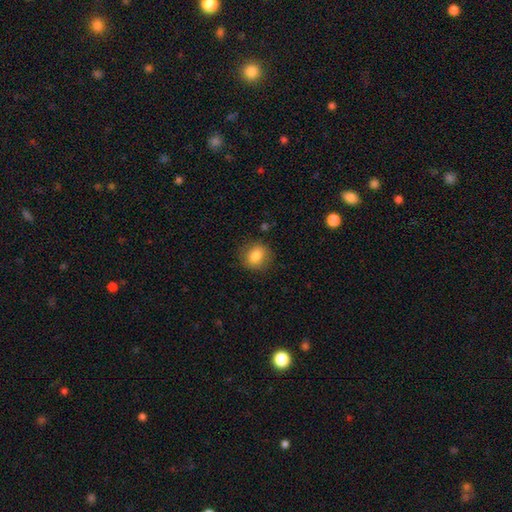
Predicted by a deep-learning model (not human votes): Smooth or featured: smooth — 82% (featured or disk — 9%)
How rounded: round — 68% (in between — 30%)
Merging: none — 85% (minor disturbance — 11%)